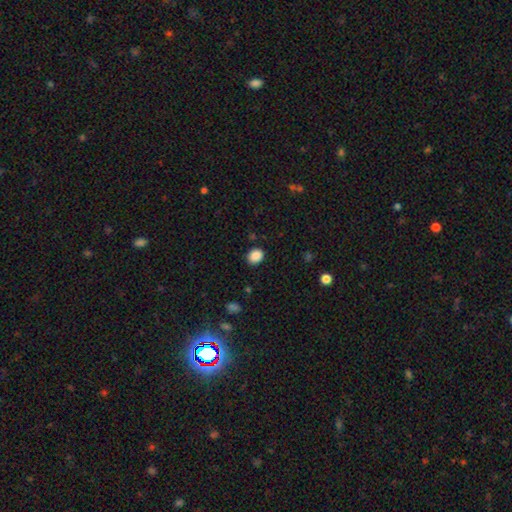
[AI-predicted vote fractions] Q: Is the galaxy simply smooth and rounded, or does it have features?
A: smooth — 88%.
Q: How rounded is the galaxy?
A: round — 55%.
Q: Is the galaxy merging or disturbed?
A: none — 87%.